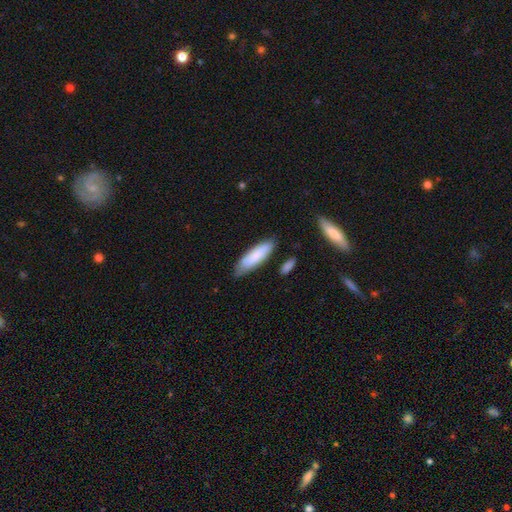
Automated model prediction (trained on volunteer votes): This appears to be a smooth galaxy with no disk features (80%) that is cigar-shaped (56%). Merging: none (76%).